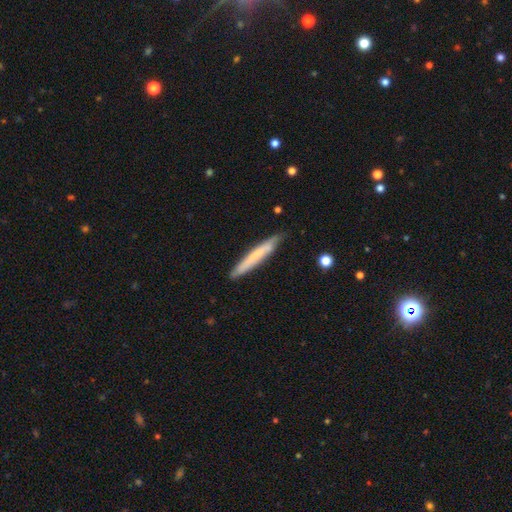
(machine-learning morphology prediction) Q: Smooth or featured?
A: smooth (60%); runner-up: featured or disk (34%)
Q: How rounded?
A: cigar-shaped (95%); runner-up: in between (4%)
Q: Merging?
A: none (83%); runner-up: minor disturbance (13%)